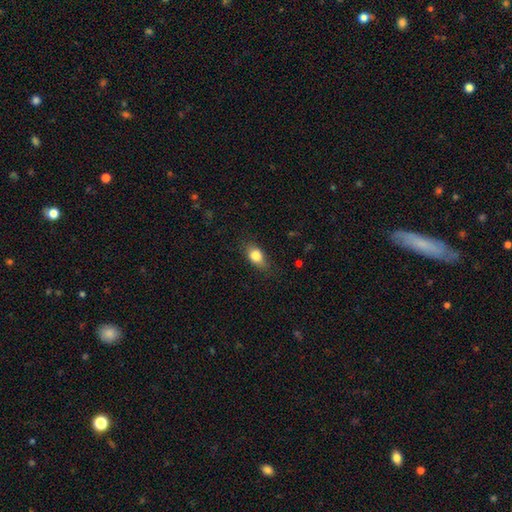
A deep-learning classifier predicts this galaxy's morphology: Smooth or featured? smooth (81%)
How rounded? in between (78%)
Merging? none (76%)